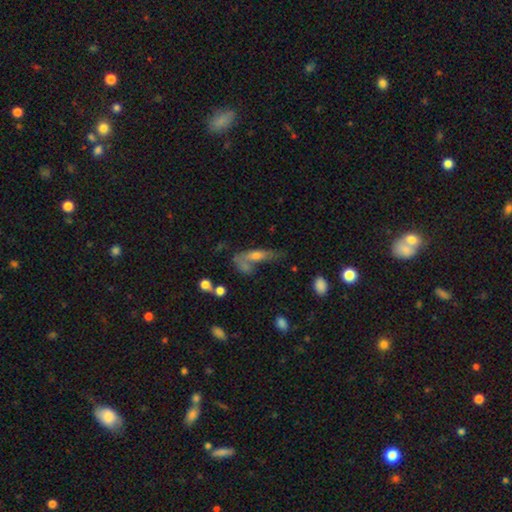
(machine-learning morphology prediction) Smooth or featured: star or artifact — 40% (featured or disk — 31%)